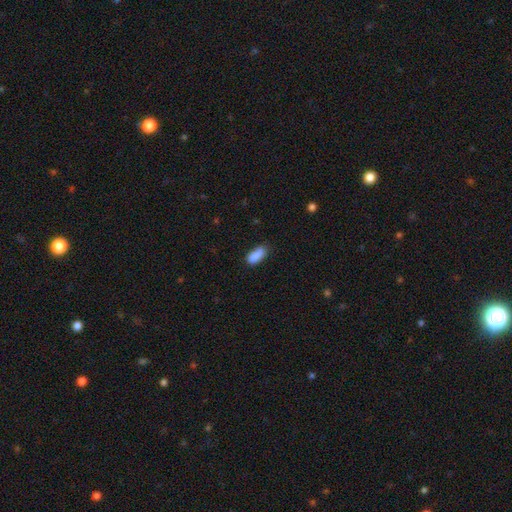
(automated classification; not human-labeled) smooth 88%, star or artifact 8%, featured or disk 4%. Down the decision tree: how rounded — in between (79%); merging — none (73%).